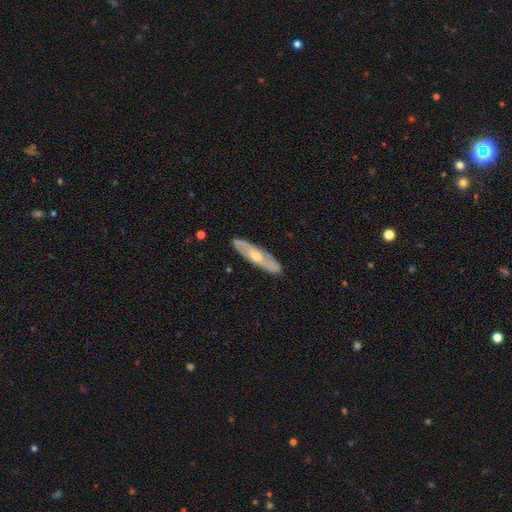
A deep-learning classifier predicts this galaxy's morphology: A featured or disk galaxy (67%). Merging: none (86%).